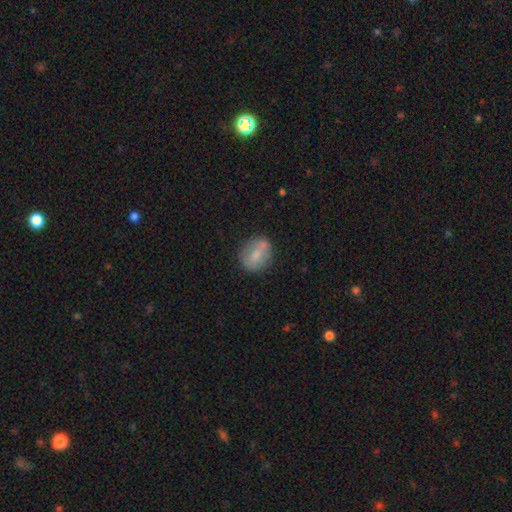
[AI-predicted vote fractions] smooth 66%, featured or disk 26%, star or artifact 8%. Down the decision tree: how rounded — round (63%); merging — none (59%).